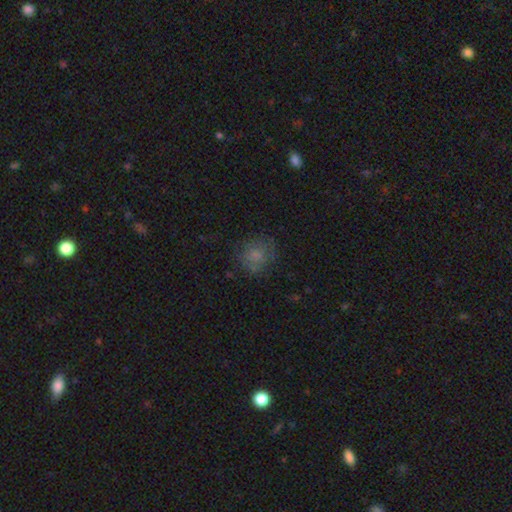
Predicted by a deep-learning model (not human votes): smooth-or-featured: smooth: 72% | featured or disk: 15% | star or artifact: 13%
  how-rounded: round: 78% | in between: 21% | cigar-shaped: 1%
  merging: none: 70% | minor disturbance: 19% | major disturbance: 9% | merger: 2%